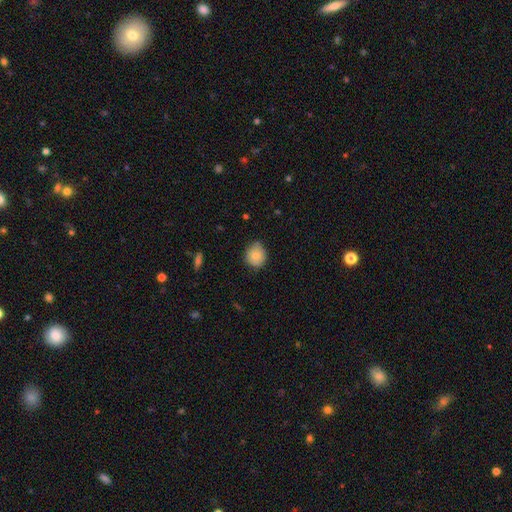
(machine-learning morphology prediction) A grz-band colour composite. It shows a smooth galaxy with no disk features (82%) that is round (78%). Merging: none (76%).